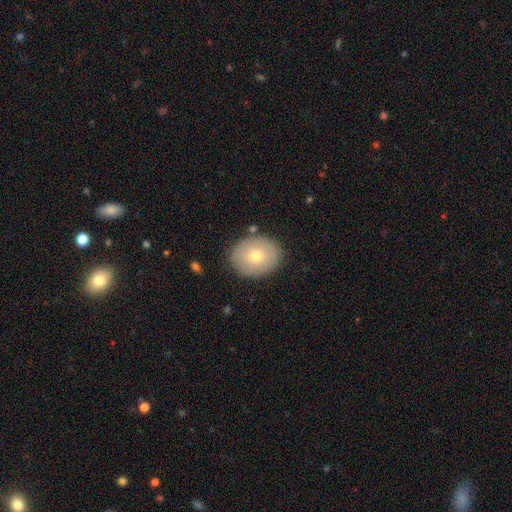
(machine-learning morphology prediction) A smooth galaxy with no disk features (70%) that is round (54%).

Vote fractions:
- Smooth or featured? smooth: 70% / featured or disk: 23% / star or artifact: 7%
- How rounded? round: 54% / in between: 45% / cigar-shaped: 1%
- Merging? none: 85% / minor disturbance: 10% / major disturbance: 3% / merger: 2%